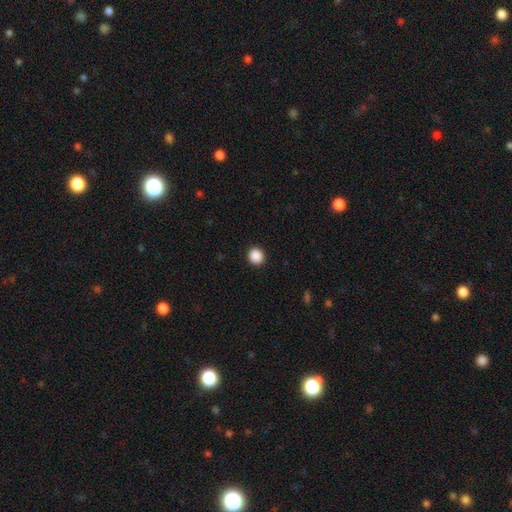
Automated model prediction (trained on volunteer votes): smooth-or-featured: smooth: 89% | star or artifact: 9% | featured or disk: 2%
  how-rounded: round: 86% | in between: 13% | cigar-shaped: 1%
  merging: none: 92% | minor disturbance: 5% | major disturbance: 2% | merger: 1%